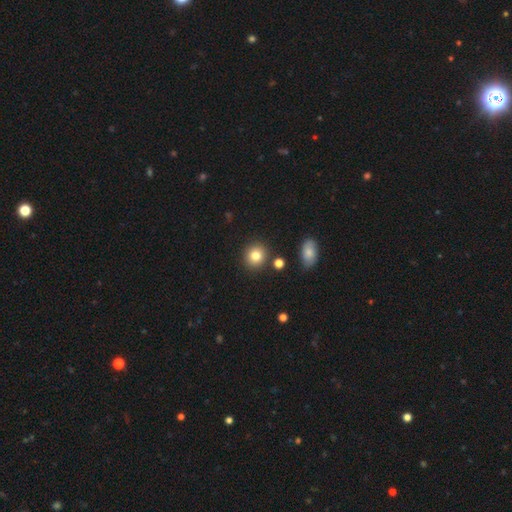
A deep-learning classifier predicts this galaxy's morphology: Smooth or featured?
  - smooth: 82% *
  - star or artifact: 10%
  - featured or disk: 8%
How rounded?
  - round: 83% *
  - in between: 16%
  - cigar-shaped: 1%
Merging?
  - none: 85% *
  - minor disturbance: 7%
  - merger: 5%
  - major disturbance: 2%